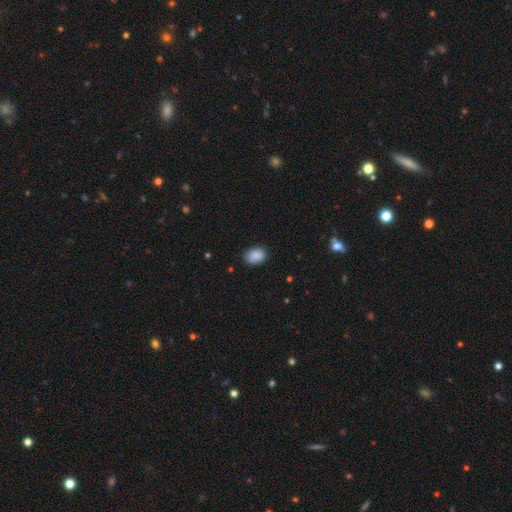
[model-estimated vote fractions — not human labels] Smooth or featured: smooth — 87% (star or artifact — 8%)
How rounded: in between — 75% (round — 24%)
Merging: none — 77% (minor disturbance — 19%)